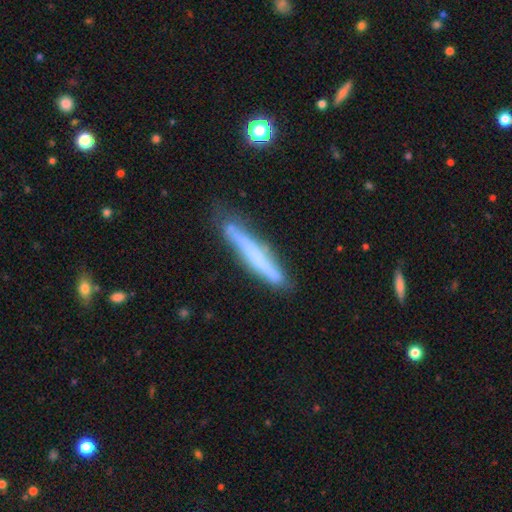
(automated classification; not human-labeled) This is possibly a smooth galaxy (53%). How rounded: clearly cigar-shaped (95%). Merging: likely none (74%).